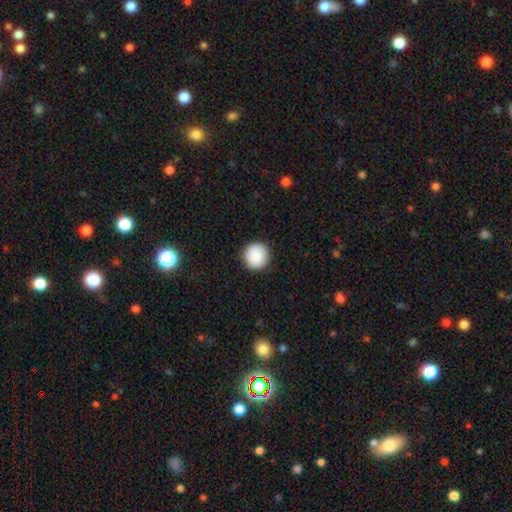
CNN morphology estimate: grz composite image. It shows a smooth galaxy with no disk features (90%) that is round (95%). Merging: none (92%).